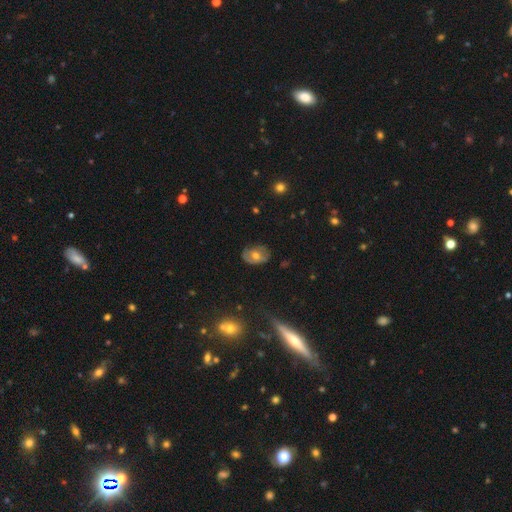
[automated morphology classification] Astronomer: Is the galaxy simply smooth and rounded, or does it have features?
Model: featured or disk — 50% (runner-up: smooth, 38%).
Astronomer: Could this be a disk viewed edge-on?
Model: no — 94%.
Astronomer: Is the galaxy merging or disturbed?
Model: none — 67%.